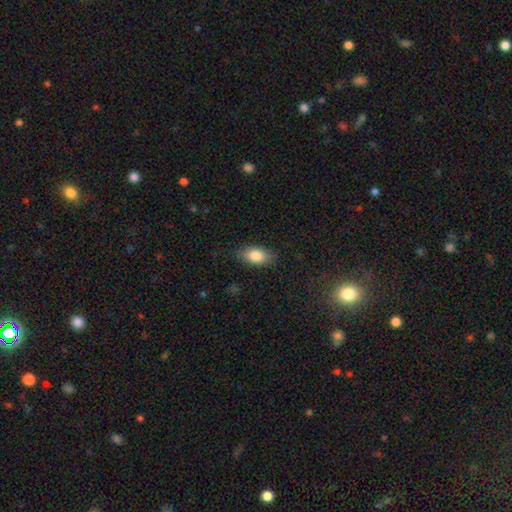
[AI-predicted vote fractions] This is clearly a smooth galaxy (84%). How rounded: clearly in between (91%). Merging: clearly none (85%).